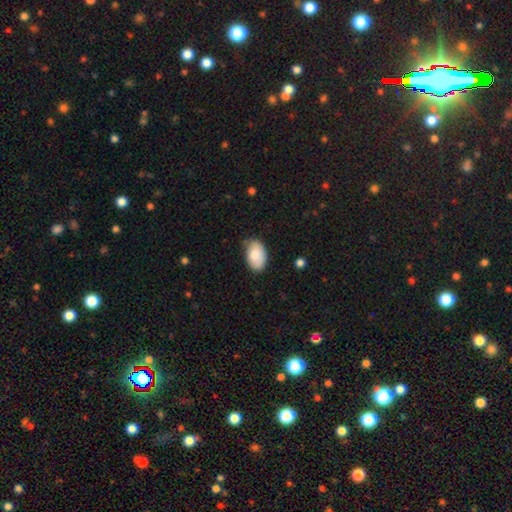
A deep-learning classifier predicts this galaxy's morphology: Overall: smooth (83%). How rounded: in between (92%). Merging: none (64%; minor disturbance 29%).